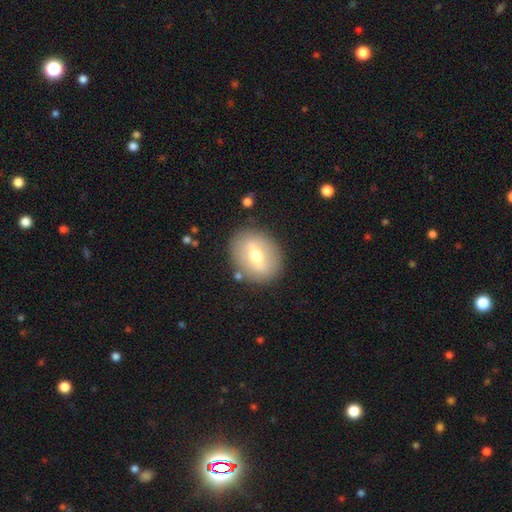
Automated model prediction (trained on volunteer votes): This appears to be a smooth galaxy with no disk features (47%). Merging: none (84%).